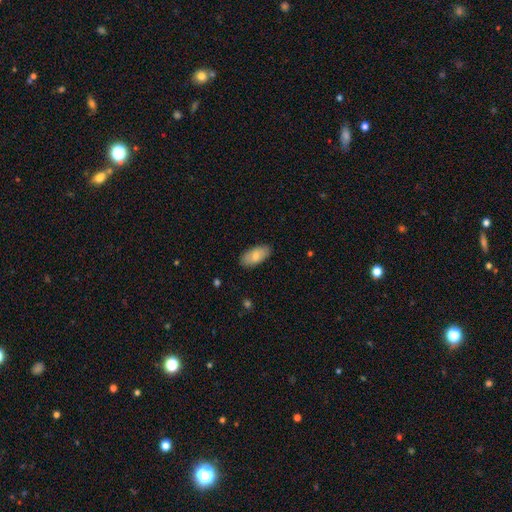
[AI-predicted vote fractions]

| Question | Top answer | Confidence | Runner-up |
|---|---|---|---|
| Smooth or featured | smooth | 77% | featured or disk (17%) |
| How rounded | in between | 93% | cigar-shaped (5%) |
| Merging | none | 87% | minor disturbance (10%) |